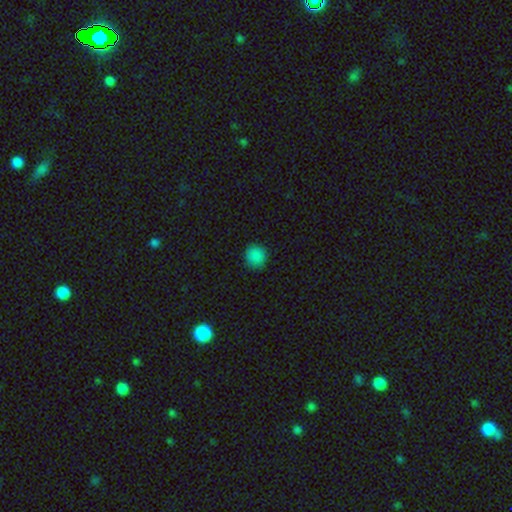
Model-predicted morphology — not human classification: A smooth galaxy with no disk features (86%) that is round (89%). Merging: none (90%).